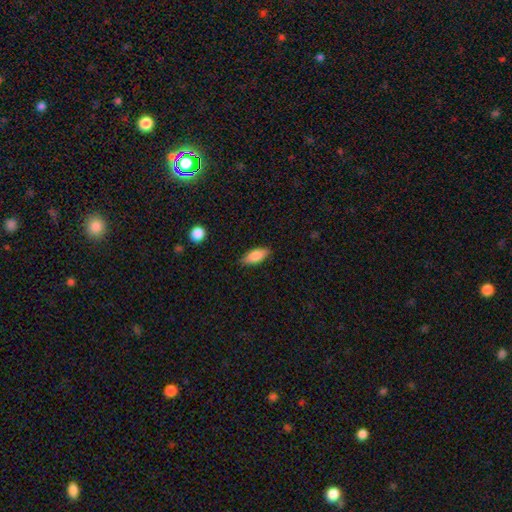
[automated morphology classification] A smooth galaxy with no disk features (80%) that is in between round and cigar-shaped (80%). Merging: none (82%).